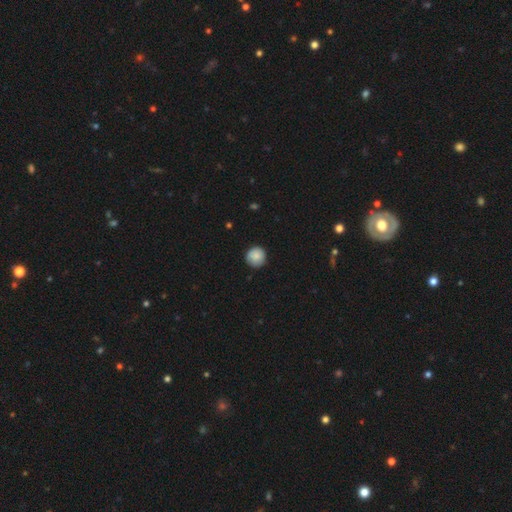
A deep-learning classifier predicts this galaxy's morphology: smooth-or-featured: smooth: 83% | featured or disk: 10% | star or artifact: 7%
  how-rounded: round: 95% | in between: 4% | cigar-shaped: 1%
  merging: none: 85% | minor disturbance: 12% | major disturbance: 2% | merger: 1%